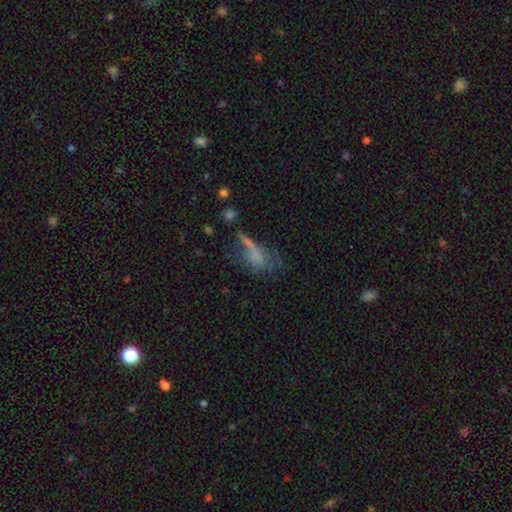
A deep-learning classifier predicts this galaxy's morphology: smooth-or-featured: smooth: 55% | featured or disk: 27% | star or artifact: 18%
  how-rounded: in between: 69% | cigar-shaped: 22% | round: 9%
  merging: major disturbance: 39% | none: 28% | minor disturbance: 21% | merger: 12%